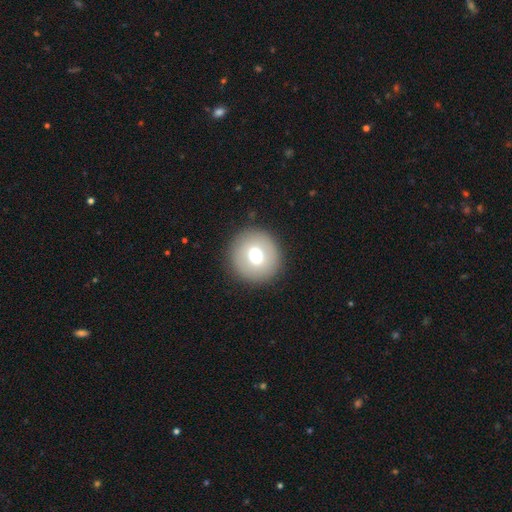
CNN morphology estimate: smooth 69%, featured or disk 20%, star or artifact 11%. Down the decision tree: how rounded — round (94%); merging — none (90%).